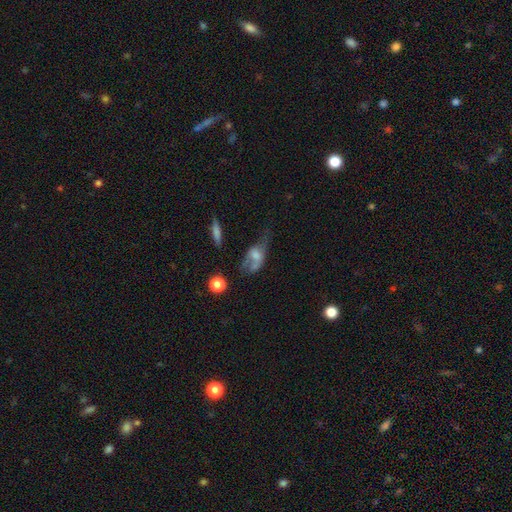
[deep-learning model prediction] Overall: featured or disk (44%; smooth 43%). Merging: major disturbance (36%; none 25%).